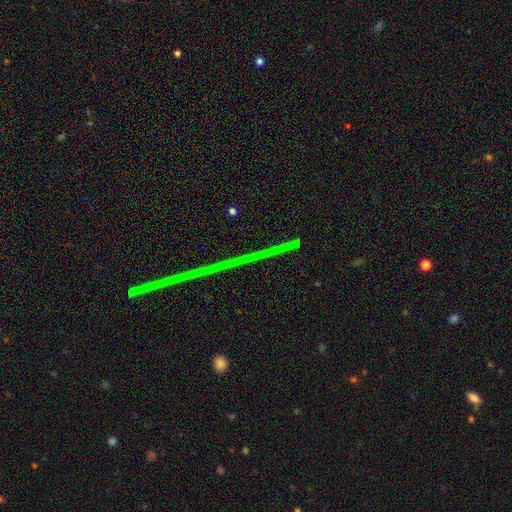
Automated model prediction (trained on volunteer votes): The model was most divided on "smooth or featured": star or artifact: 80%, featured or disk: 13%, smooth: 7%.